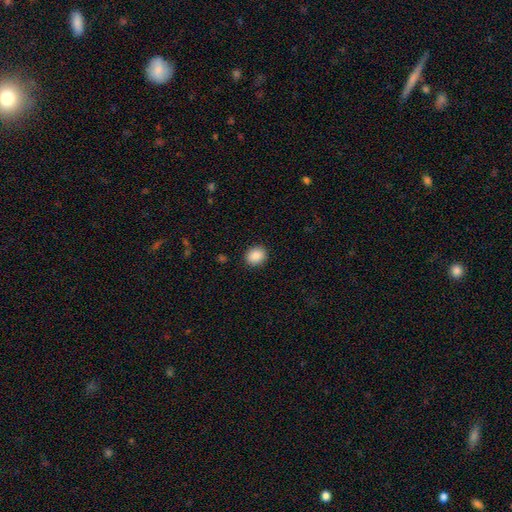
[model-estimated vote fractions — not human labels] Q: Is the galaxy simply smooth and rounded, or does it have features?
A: smooth — 89%.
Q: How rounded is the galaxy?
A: round — 61%.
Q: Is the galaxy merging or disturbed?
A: none — 90%.